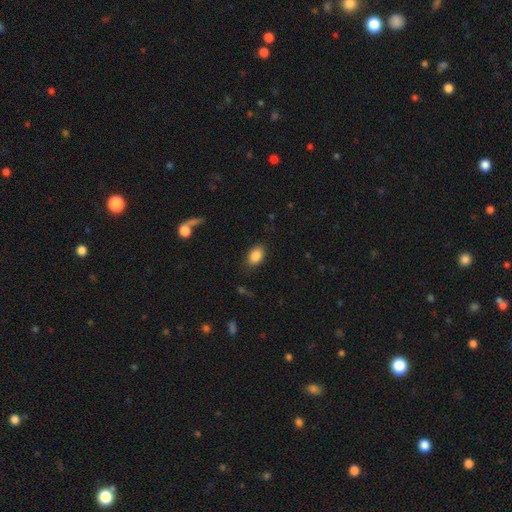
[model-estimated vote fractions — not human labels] Morphology: type=smooth (86%); roundness=in between (84%); merging=none (83%).